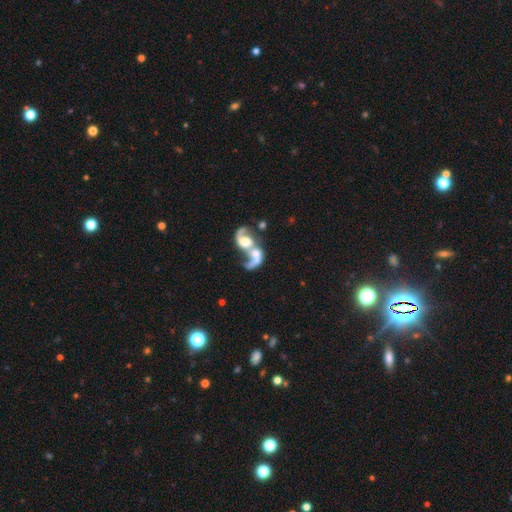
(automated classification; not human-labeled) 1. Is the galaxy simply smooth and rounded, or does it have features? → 73% featured or disk, 18% smooth, 8% star or artifact.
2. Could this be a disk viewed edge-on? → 97% no, 3% yes.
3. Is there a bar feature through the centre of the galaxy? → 60% no, 29% weak, 12% strong.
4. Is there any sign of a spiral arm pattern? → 80% yes, 20% no.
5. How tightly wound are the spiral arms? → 72% loose, 22% medium, 6% tight.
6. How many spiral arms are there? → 71% 2, 20% 1, 5% can't tell, 1% 3, 1% 4, 1% more than 4.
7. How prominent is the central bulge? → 43% moderate, 29% large, 14% small, 9% none, 5% dominant.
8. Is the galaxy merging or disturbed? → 71% merger, 13% none, 11% major disturbance, 5% minor disturbance.